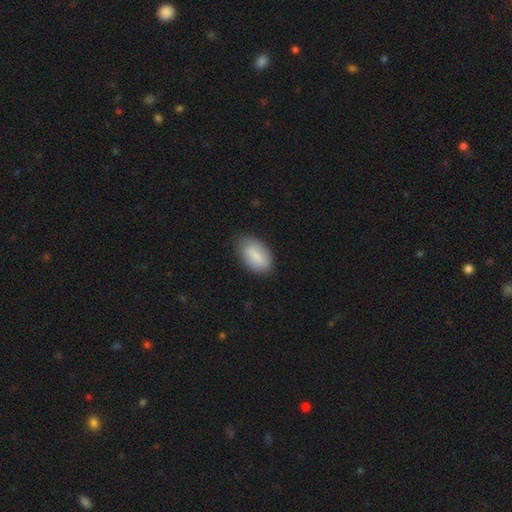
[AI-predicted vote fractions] Smooth or featured: smooth — 83% (featured or disk — 11%)
How rounded: in between — 93% (round — 4%)
Merging: none — 78% (minor disturbance — 18%)